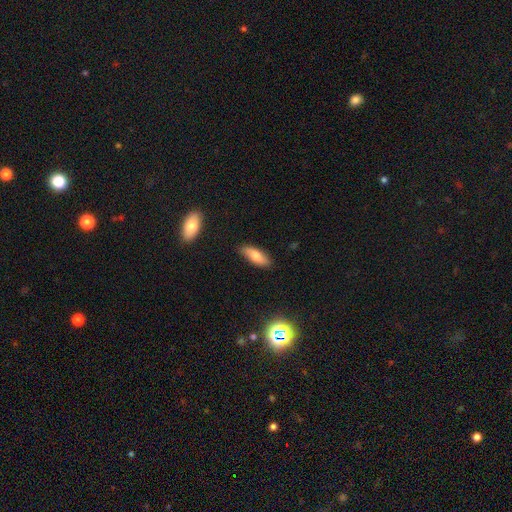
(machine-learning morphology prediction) The model was most divided on "how rounded": in between: 69%, cigar-shaped: 29%, round: 2%. More confident: merging — none (81%); smooth or featured — smooth (73%).